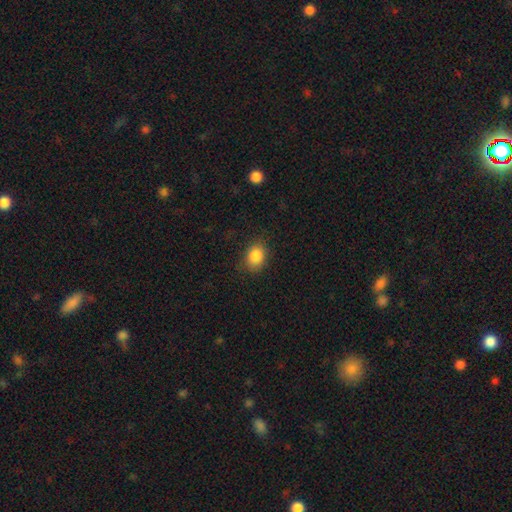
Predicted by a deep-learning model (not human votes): This appears to be a smooth galaxy with no disk features (86%) that is in between round and cigar-shaped (58%). Merging: none (82%).